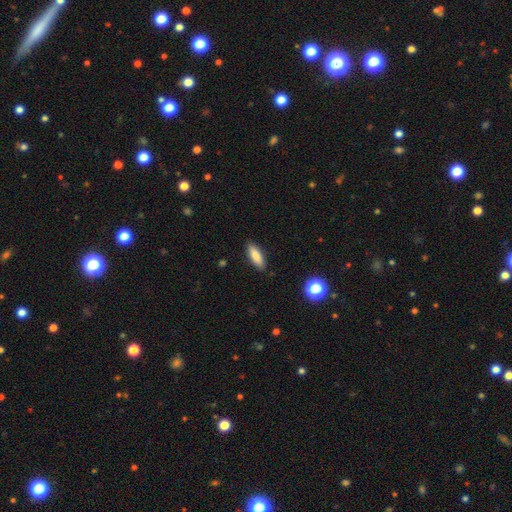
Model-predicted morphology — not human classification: A smooth galaxy with no disk features (85%) that is in between round and cigar-shaped (65%).

Vote fractions:
- Smooth or featured? smooth: 85% / featured or disk: 8% / star or artifact: 7%
- How rounded? in between: 65% / cigar-shaped: 33% / round: 2%
- Merging? none: 88% / minor disturbance: 9% / major disturbance: 2% / merger: 1%